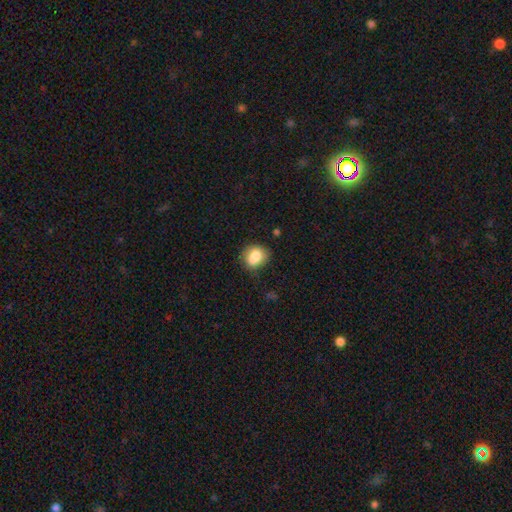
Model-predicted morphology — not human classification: The model was most divided on "how rounded": round: 59%, in between: 40%, cigar-shaped: 1%. More confident: smooth or featured — smooth (80%); merging — none (62%).